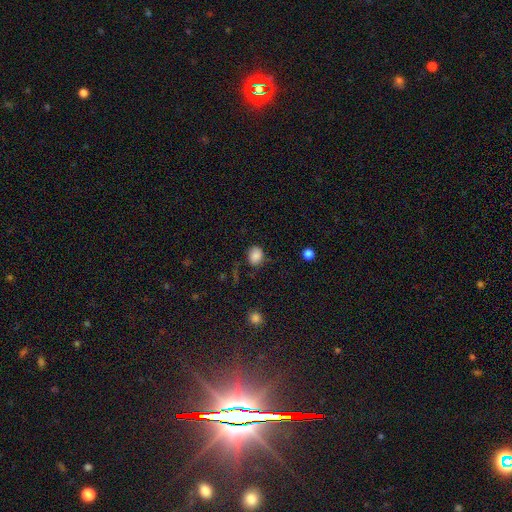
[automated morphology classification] type=smooth (85%); roundness=round (52%); merging=none (73%).